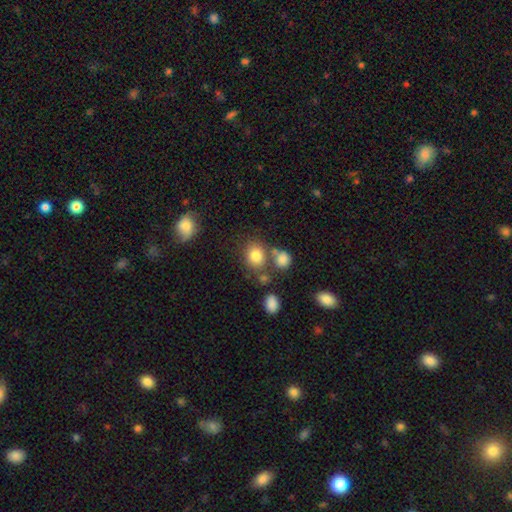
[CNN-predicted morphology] Smooth or featured? smooth (80%)
How rounded? round (61%)
Merging? none (63%)